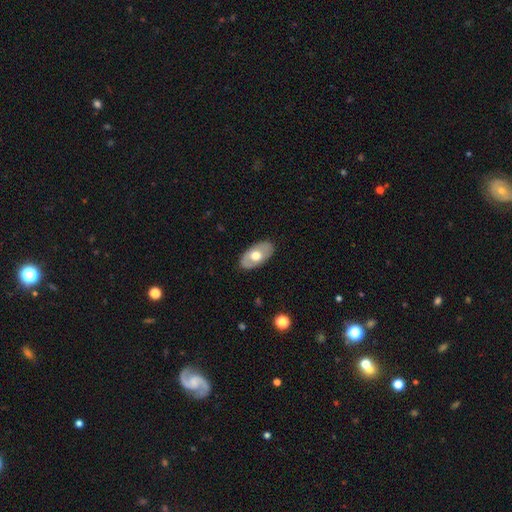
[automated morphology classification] This is possibly a smooth galaxy (53%). How rounded: clearly in between (92%). Merging: clearly none (84%).